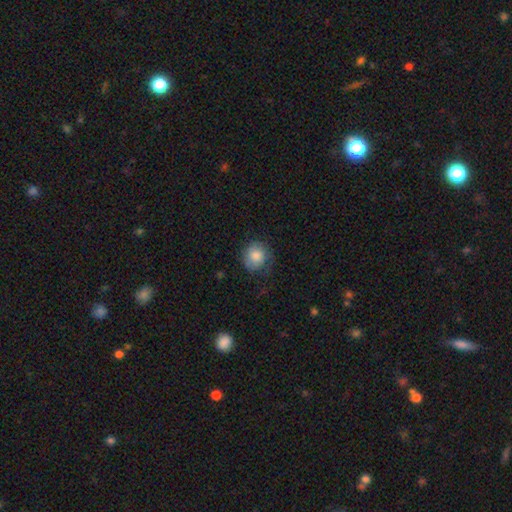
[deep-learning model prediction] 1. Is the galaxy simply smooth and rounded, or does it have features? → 79% smooth, 14% featured or disk, 7% star or artifact.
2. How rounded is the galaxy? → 81% round, 18% in between, 1% cigar-shaped.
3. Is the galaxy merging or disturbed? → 64% none, 24% minor disturbance, 11% major disturbance, 1% merger.